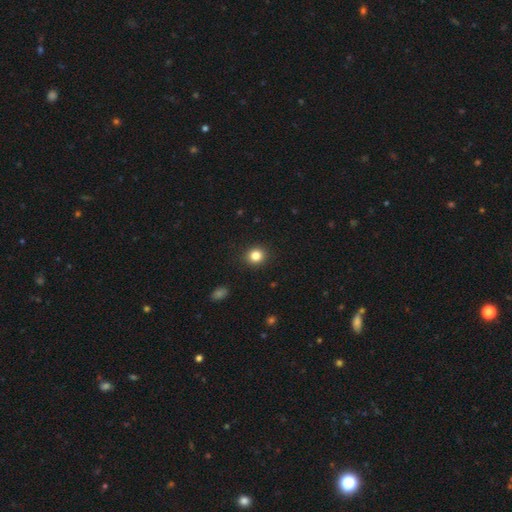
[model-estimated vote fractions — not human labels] Smooth or featured? smooth (83%)
How rounded? round (84%)
Merging? none (91%)